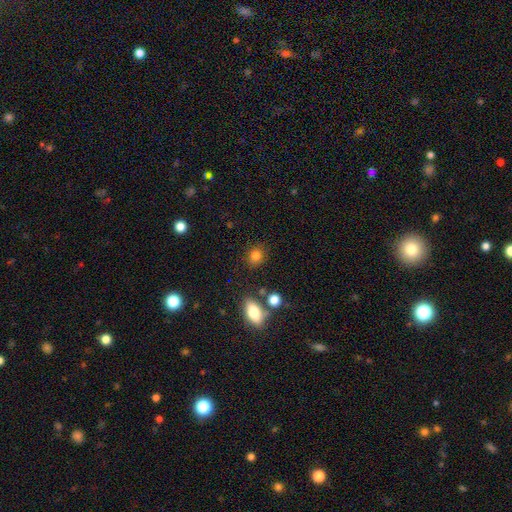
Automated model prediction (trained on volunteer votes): smooth_or_featured: smooth (p=0.82) [alt: star or artifact p=0.12]
how_rounded: round (p=0.72) [alt: in between p=0.27]
merging: none (p=0.83) [alt: minor disturbance p=0.09]